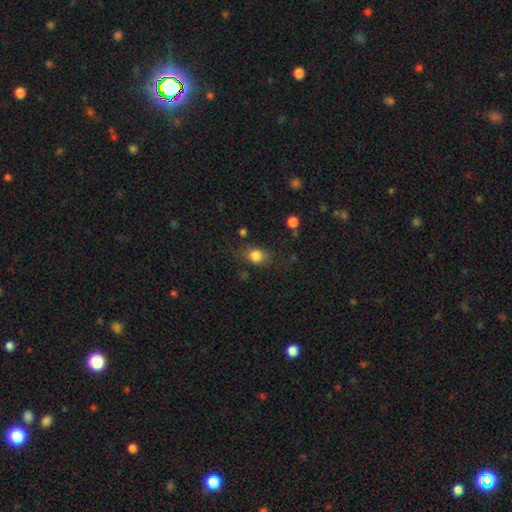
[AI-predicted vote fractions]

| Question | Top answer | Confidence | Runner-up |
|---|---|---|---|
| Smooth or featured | smooth | 82% | star or artifact (10%) |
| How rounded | in between | 61% | round (37%) |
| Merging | none | 72% | minor disturbance (19%) |